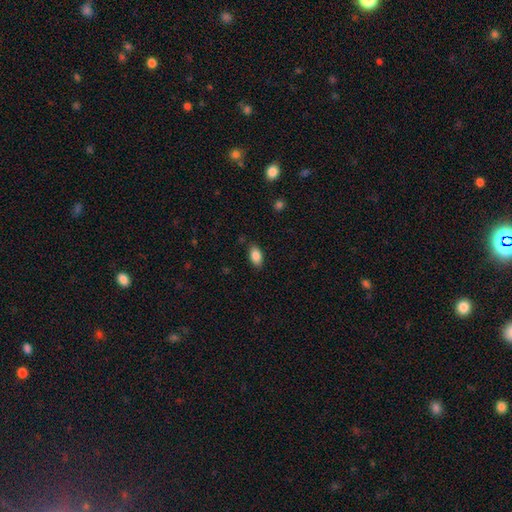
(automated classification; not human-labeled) Overall: smooth (86%). How rounded: in between (92%). Merging: none (85%).